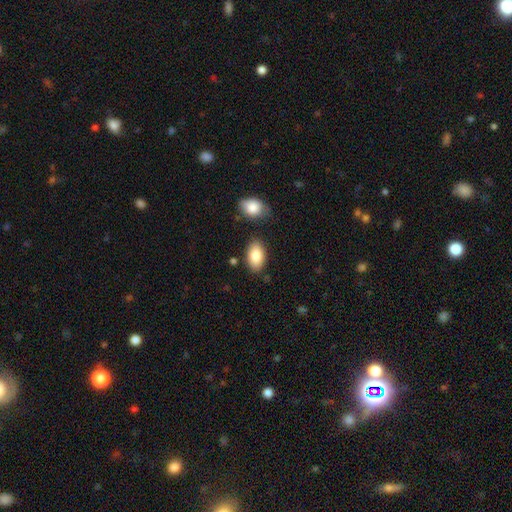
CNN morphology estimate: A smooth galaxy with no disk features (84%) that is in between round and cigar-shaped (93%).

Vote fractions:
- Smooth or featured? smooth: 84% / featured or disk: 9% / star or artifact: 7%
- How rounded? in between: 93% / round: 5% / cigar-shaped: 2%
- Merging? none: 81% / minor disturbance: 11% / merger: 5% / major disturbance: 3%